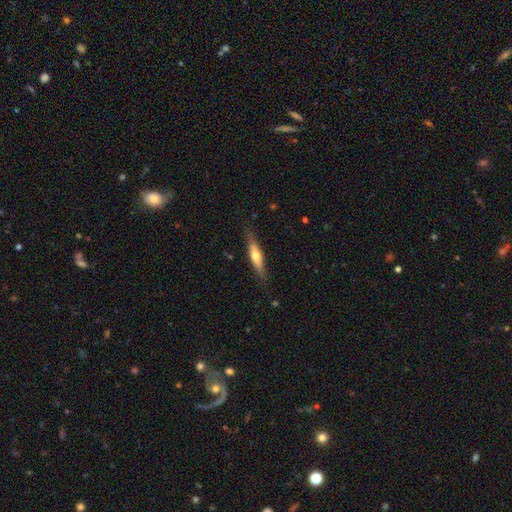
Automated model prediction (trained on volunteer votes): A featured or disk galaxy (53%) viewed edge-on (93%). Merging: none (84%).